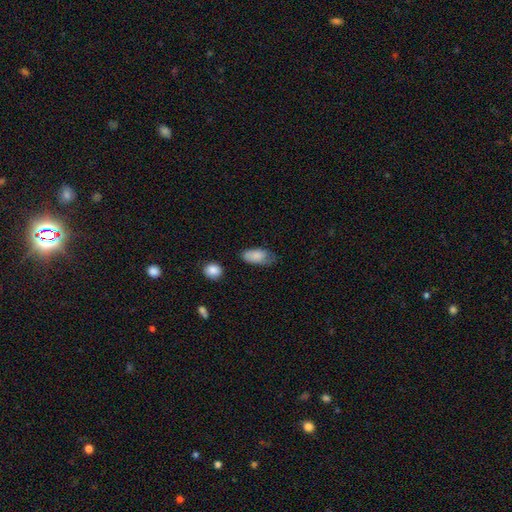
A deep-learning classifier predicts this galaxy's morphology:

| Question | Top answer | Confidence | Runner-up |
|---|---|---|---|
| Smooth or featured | smooth | 84% | featured or disk (10%) |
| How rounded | in between | 92% | cigar-shaped (4%) |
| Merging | none | 52% | minor disturbance (34%) |